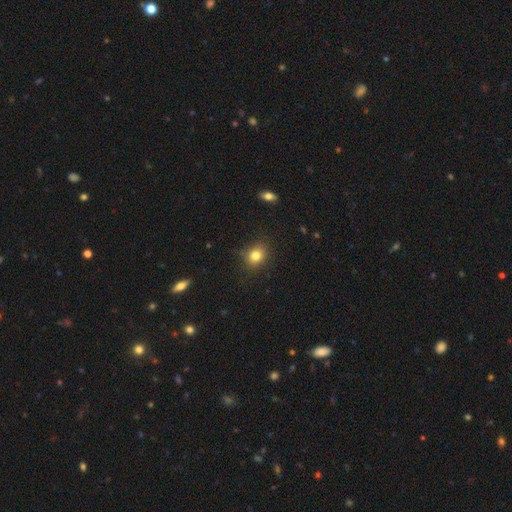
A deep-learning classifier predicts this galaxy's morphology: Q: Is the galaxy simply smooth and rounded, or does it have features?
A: smooth — 81%.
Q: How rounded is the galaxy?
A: round — 67%.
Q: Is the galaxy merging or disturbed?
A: none — 85%.